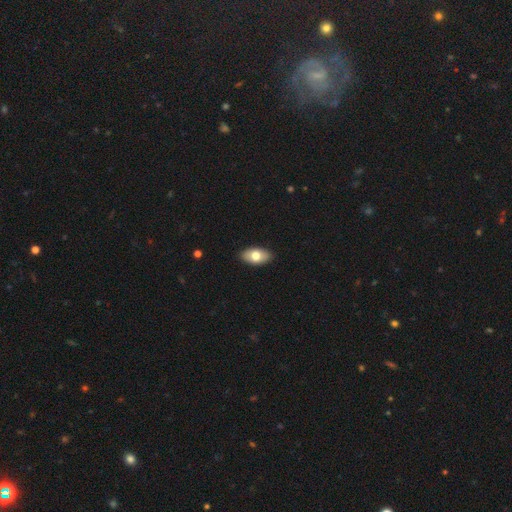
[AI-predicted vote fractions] This is likely a smooth galaxy (74%). How rounded: clearly in between (94%). Merging: clearly none (89%).